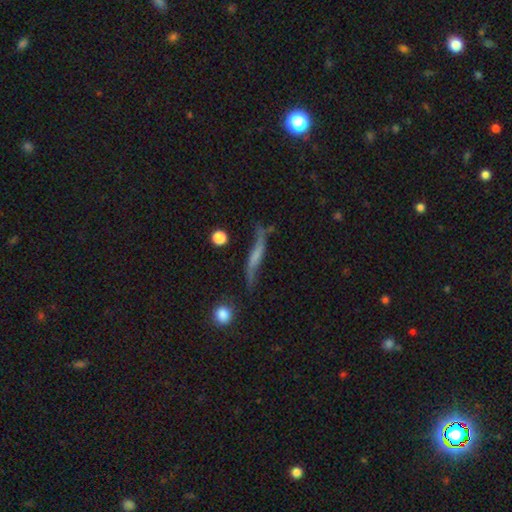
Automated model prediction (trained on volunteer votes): smooth-or-featured: featured or disk: 57% | smooth: 33% | star or artifact: 10%
  disk-edge-on: yes: 54% | no: 46%
  merging: none: 54% | minor disturbance: 26% | major disturbance: 14% | merger: 6%